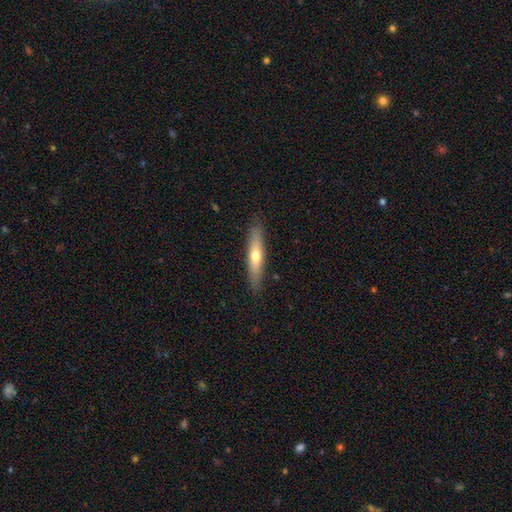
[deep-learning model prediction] A smooth galaxy with no disk features (54%) that is cigar-shaped (80%). Merging: none (88%).